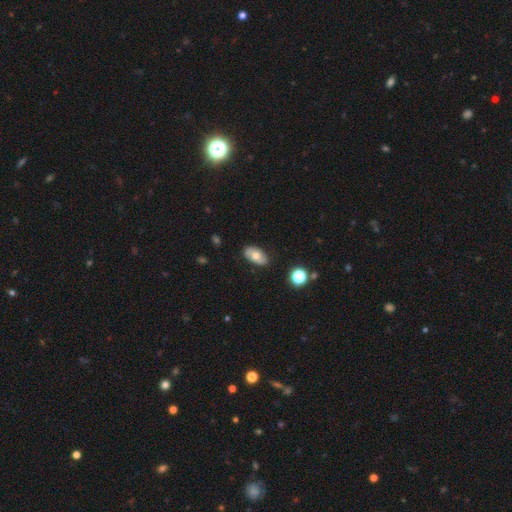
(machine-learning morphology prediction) This is likely a smooth galaxy (61%). How rounded: clearly in between (92%). Merging: clearly none (83%).